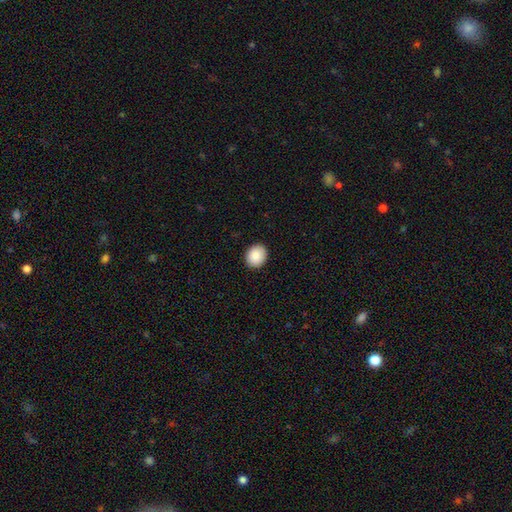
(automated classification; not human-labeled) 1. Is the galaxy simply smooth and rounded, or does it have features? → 89% smooth, 7% star or artifact, 4% featured or disk.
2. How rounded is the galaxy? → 67% round, 32% in between, 1% cigar-shaped.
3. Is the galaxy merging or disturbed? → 91% none, 7% minor disturbance, 2% major disturbance, 1% merger.